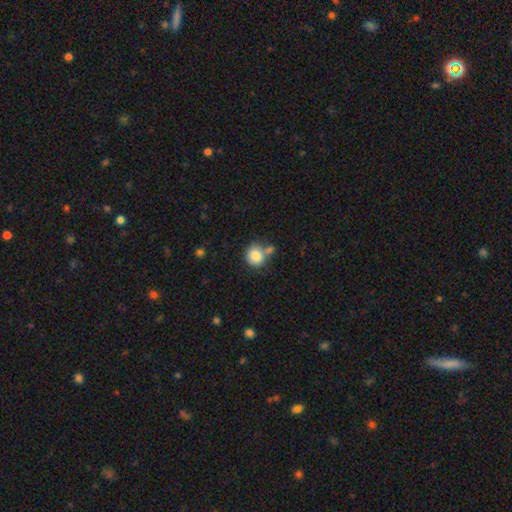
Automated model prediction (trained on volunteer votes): Morphology: type=smooth (84%); roundness=round (77%); merging=none (52%).